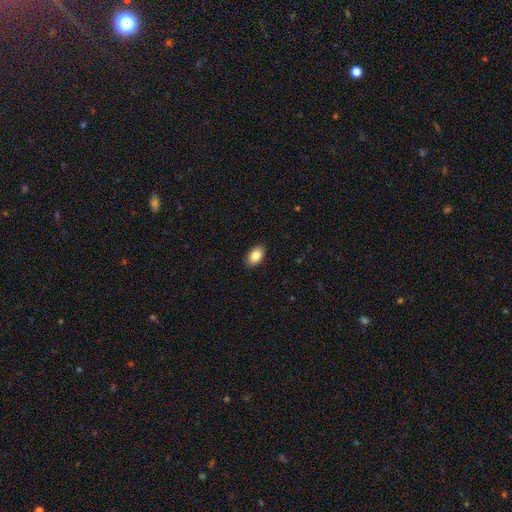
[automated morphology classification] Smooth or featured? Predicted: smooth (p=0.86). How rounded? Predicted: in between (p=0.90). Merging? Predicted: none (p=0.90).